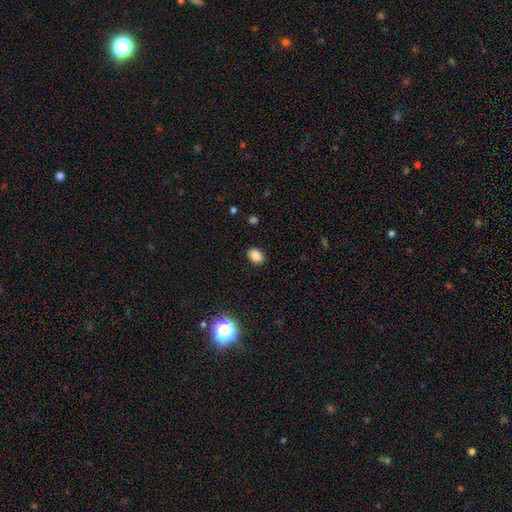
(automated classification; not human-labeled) This is clearly a smooth galaxy (84%). How rounded: likely in between (69%). Merging: clearly none (88%).